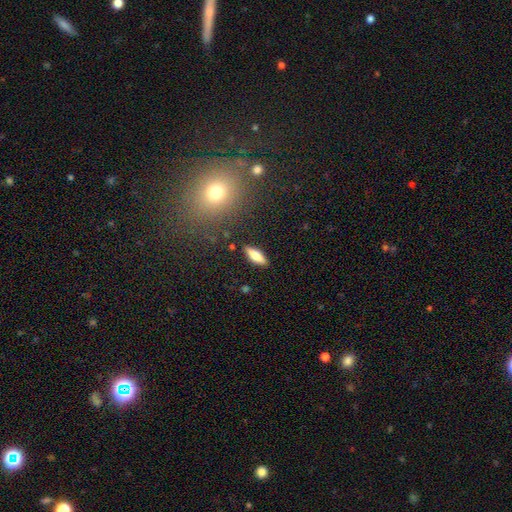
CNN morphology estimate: This appears to be a smooth galaxy with no disk features (70%) that is in between round and cigar-shaped (59%). Merging: none (87%).